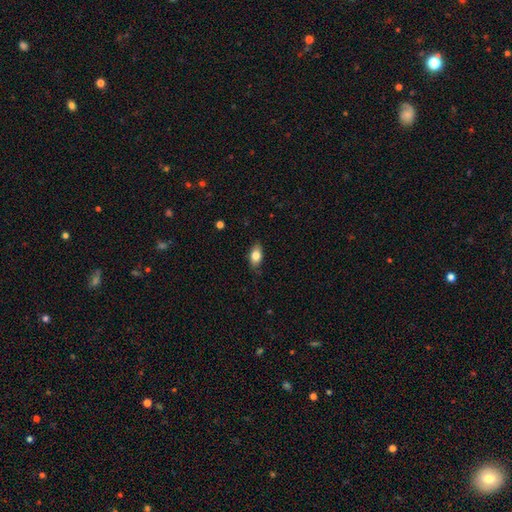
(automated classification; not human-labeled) Q: Smooth or featured?
A: smooth (80%); runner-up: featured or disk (12%)
Q: How rounded?
A: in between (87%); runner-up: round (8%)
Q: Merging?
A: none (81%); runner-up: minor disturbance (15%)